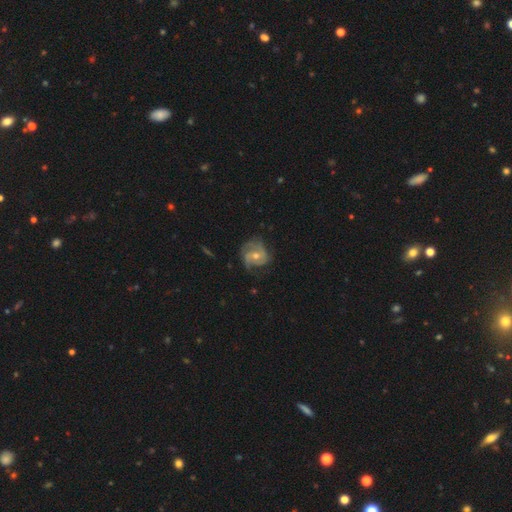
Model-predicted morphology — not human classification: smooth_or_featured: featured or disk (p=0.83) [alt: smooth p=0.10]
disk_edge_on: no (p=0.98) [alt: yes p=0.02]
bar: no (p=0.60) [alt: weak p=0.32]
has_spiral_arms: yes (p=0.96) [alt: no p=0.04]
spiral_winding: tight (p=0.49) [alt: medium p=0.41]
spiral_arm_count: 3 (p=0.38) [alt: 2 p=0.32]
bulge_size: moderate (p=0.55) [alt: small p=0.41]
merging: none (p=0.70) [alt: minor disturbance p=0.20]